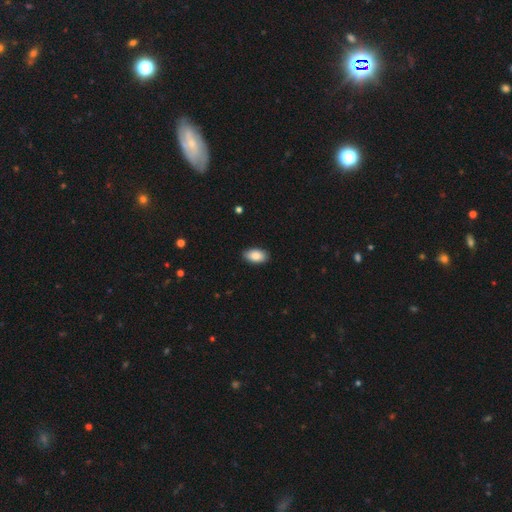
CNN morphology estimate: A smooth galaxy with no disk features (88%) that is in between round and cigar-shaped (94%). Merging: none (89%).